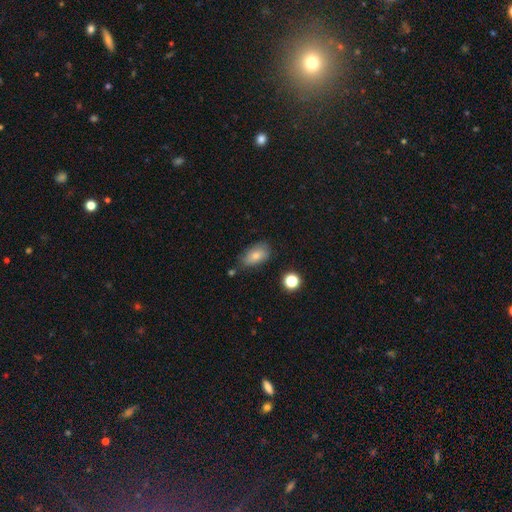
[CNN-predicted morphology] smooth 76%, featured or disk 15%, star or artifact 9%. Down the decision tree: how rounded — in between (89%); merging — none (71%).